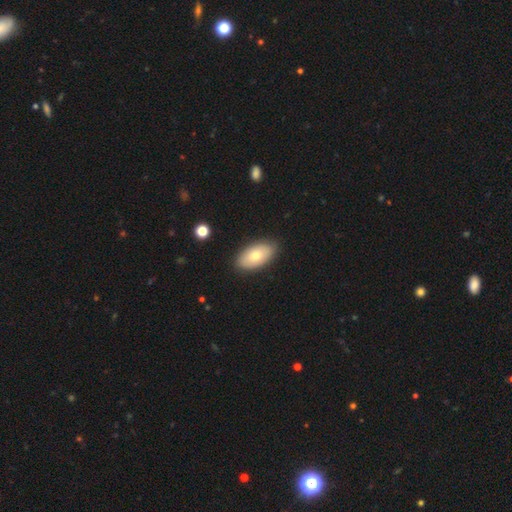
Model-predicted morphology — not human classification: A smooth galaxy with no disk features (73%) that is in between round and cigar-shaped (94%). Merging: none (87%).